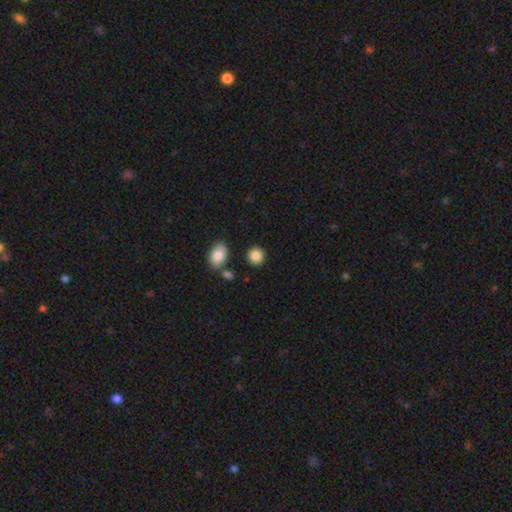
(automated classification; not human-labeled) Smooth or featured? Predicted: smooth (p=0.87). How rounded? Predicted: round (p=0.83). Merging? Predicted: none (p=0.85).